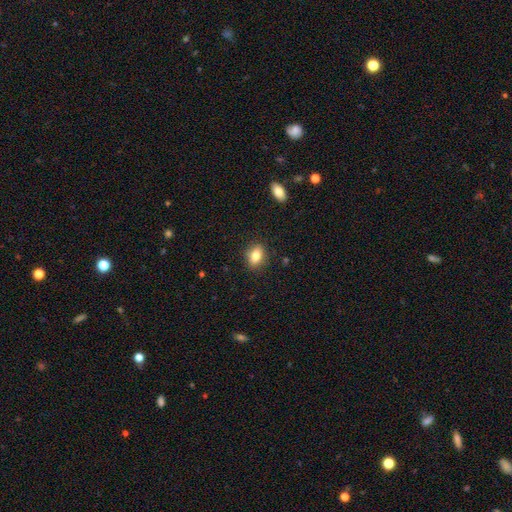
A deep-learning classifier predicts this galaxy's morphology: Smooth or featured? Predicted: smooth (p=0.80). How rounded? Predicted: in between (p=0.74). Merging? Predicted: none (p=0.86).